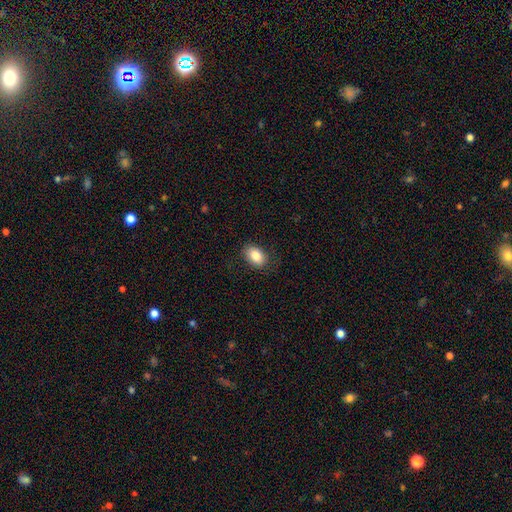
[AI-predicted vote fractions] Smooth or featured? Predicted: smooth (p=0.85). How rounded? Predicted: in between (p=0.84). Merging? Predicted: none (p=0.83).